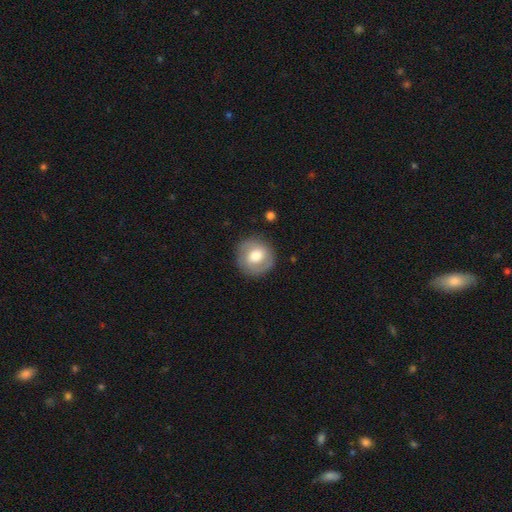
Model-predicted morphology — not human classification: Smooth or featured? smooth (51%)
How rounded? round (89%)
Merging? none (85%)